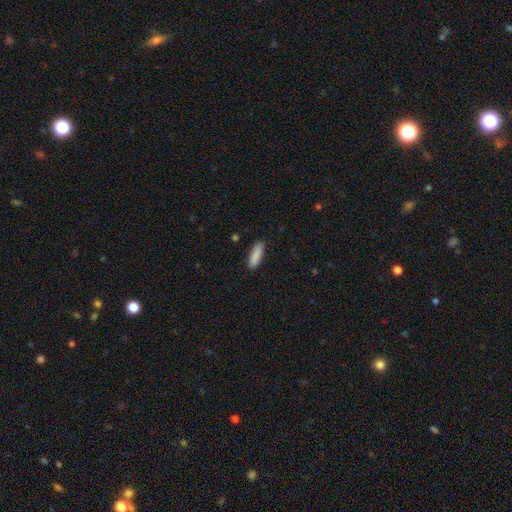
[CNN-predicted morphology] The model was most divided on "how rounded": cigar-shaped: 53%, in between: 45%, round: 2%. More confident: smooth or featured — smooth (88%); merging — none (87%).